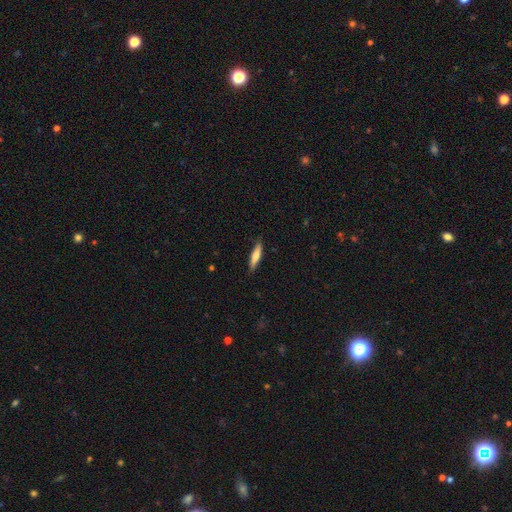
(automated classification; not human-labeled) Overall: smooth (69%). How rounded: cigar-shaped (81%). Merging: none (86%).